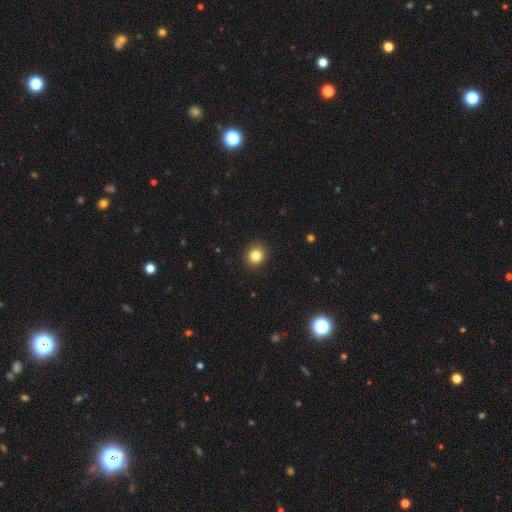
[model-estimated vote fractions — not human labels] Overall: smooth (84%). How rounded: round (83%). Merging: none (90%).